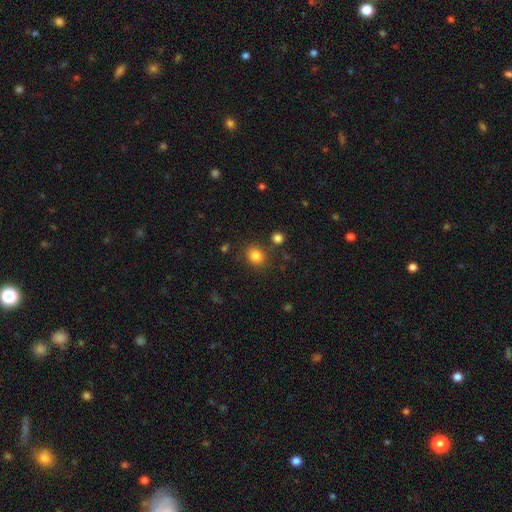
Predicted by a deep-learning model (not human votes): smooth_or_featured: smooth (p=0.83) [alt: star or artifact p=0.12]
how_rounded: round (p=0.68) [alt: in between p=0.31]
merging: none (p=0.83) [alt: minor disturbance p=0.09]